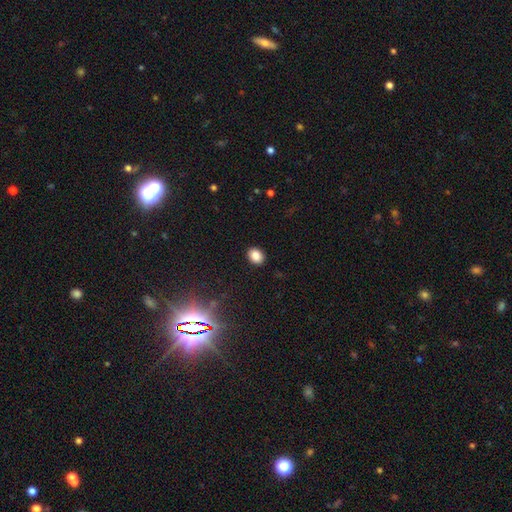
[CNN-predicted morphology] This is clearly a smooth galaxy (86%). How rounded: likely in between (60%). Merging: clearly none (89%).